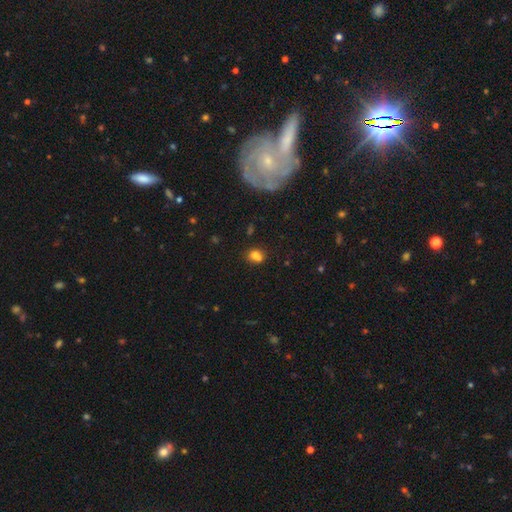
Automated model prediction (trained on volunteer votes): A smooth galaxy with no disk features (73%) that is round (57%).

Vote fractions:
- Smooth or featured? smooth: 73% / star or artifact: 15% / featured or disk: 12%
- How rounded? round: 57% / in between: 42% / cigar-shaped: 1%
- Merging? none: 48% / merger: 34% / minor disturbance: 14% / major disturbance: 5%